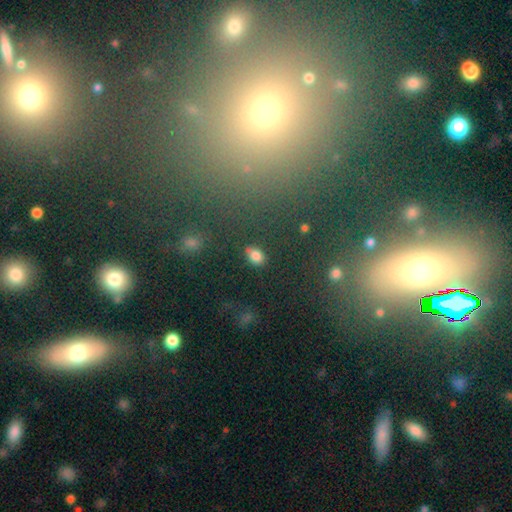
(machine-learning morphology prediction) A smooth galaxy with no disk features (81%) that is in between round and cigar-shaped (81%). Merging: none (82%).